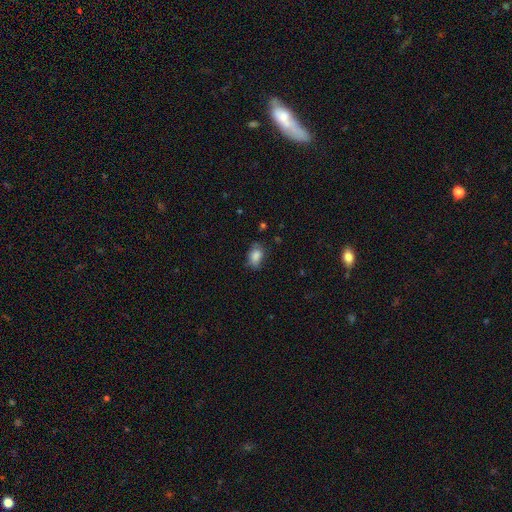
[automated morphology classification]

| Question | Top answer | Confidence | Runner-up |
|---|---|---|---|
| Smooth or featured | smooth | 81% | featured or disk (11%) |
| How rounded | in between | 81% | round (17%) |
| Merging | none | 65% | minor disturbance (26%) |